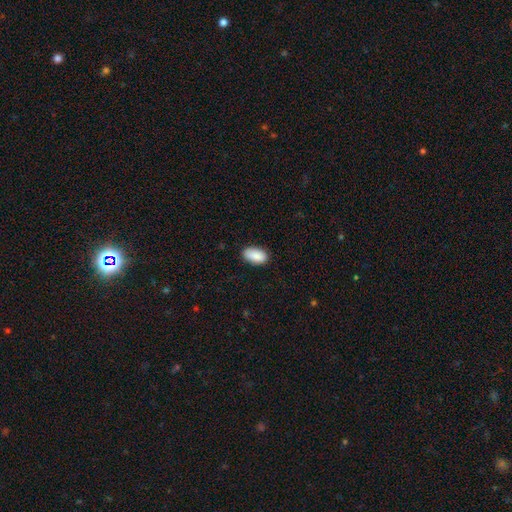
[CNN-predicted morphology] Overall: smooth (89%). How rounded: in between (94%). Merging: none (84%).